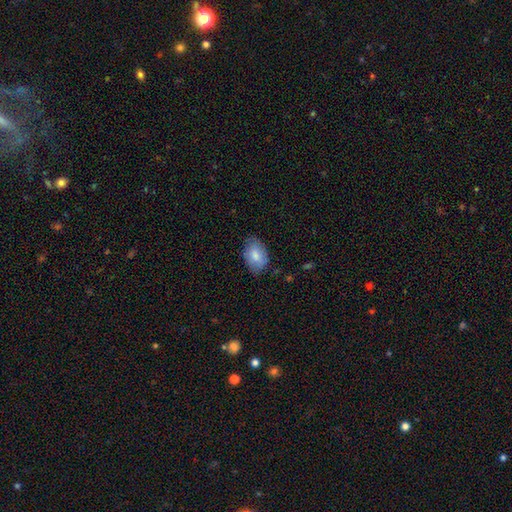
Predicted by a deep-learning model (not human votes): smooth-or-featured: smooth: 79% | featured or disk: 14% | star or artifact: 6%
  how-rounded: in between: 88% | round: 11% | cigar-shaped: 1%
  merging: none: 72% | minor disturbance: 22% | major disturbance: 4% | merger: 1%